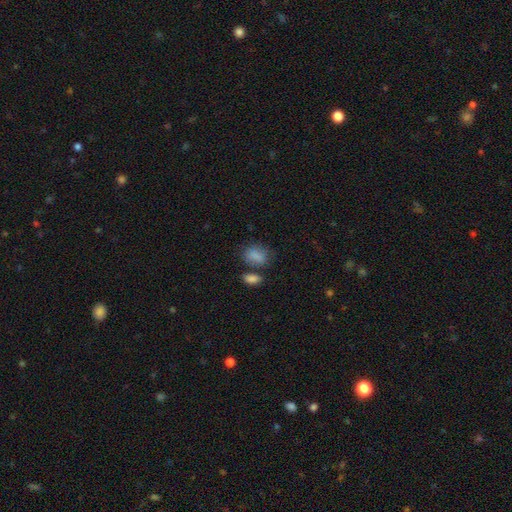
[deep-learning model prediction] A smooth galaxy with no disk features (84%) that is in between round and cigar-shaped (76%). Merging: none (54%).